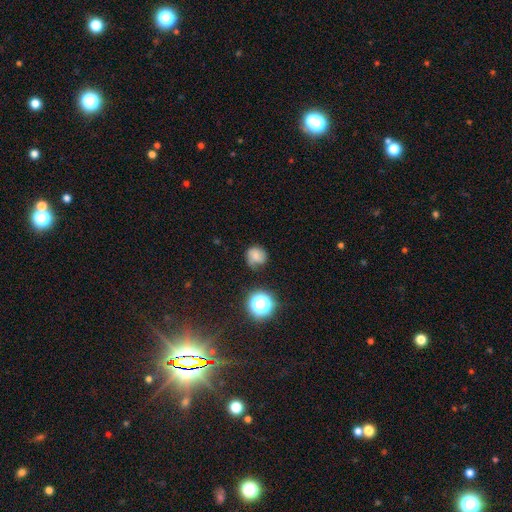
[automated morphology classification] Q: Smooth or featured?
A: smooth (65%); runner-up: featured or disk (19%)
Q: How rounded?
A: round (78%); runner-up: in between (21%)
Q: Merging?
A: none (59%); runner-up: minor disturbance (27%)